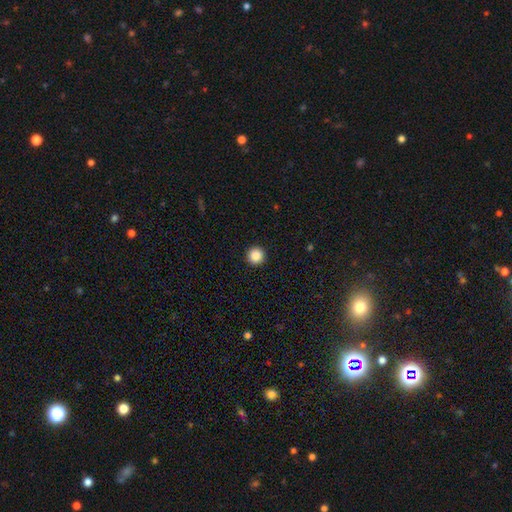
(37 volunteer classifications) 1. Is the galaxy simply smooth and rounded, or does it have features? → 97% smooth, 3% star or artifact, 0% featured or disk.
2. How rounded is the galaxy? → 94% round, 6% in between, 0% cigar-shaped.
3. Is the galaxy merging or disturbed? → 97% none, 3% minor disturbance, 0% major disturbance, 0% merger.